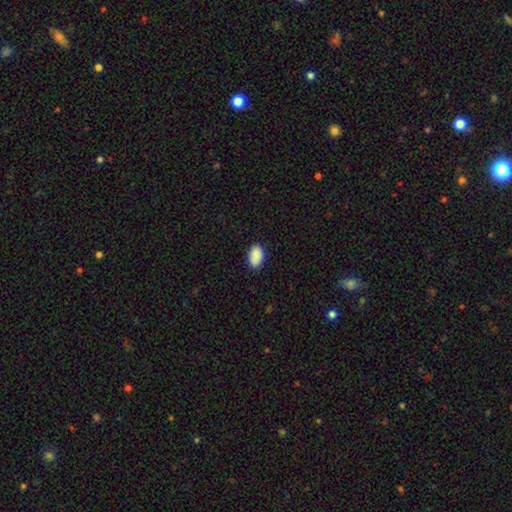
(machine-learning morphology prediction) Smooth or featured?
  - smooth: 91% *
  - star or artifact: 7%
  - featured or disk: 3%
How rounded?
  - in between: 92% *
  - round: 7%
  - cigar-shaped: 1%
Merging?
  - none: 88% *
  - minor disturbance: 9%
  - major disturbance: 2%
  - merger: 1%